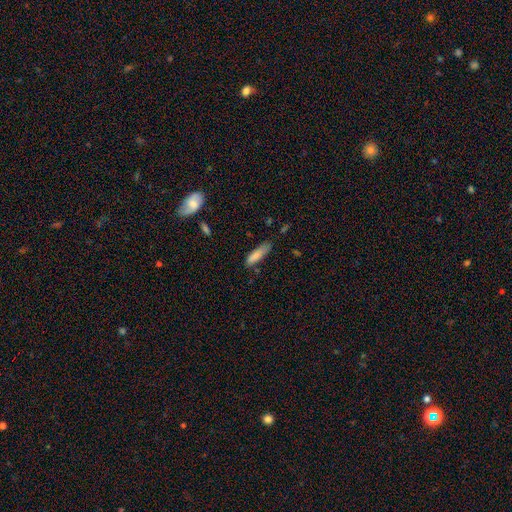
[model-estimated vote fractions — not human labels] Smooth or featured?
  - smooth: 82% *
  - featured or disk: 10%
  - star or artifact: 7%
How rounded?
  - cigar-shaped: 63% *
  - in between: 36%
  - round: 1%
Merging?
  - none: 64% *
  - minor disturbance: 27%
  - major disturbance: 6%
  - merger: 3%